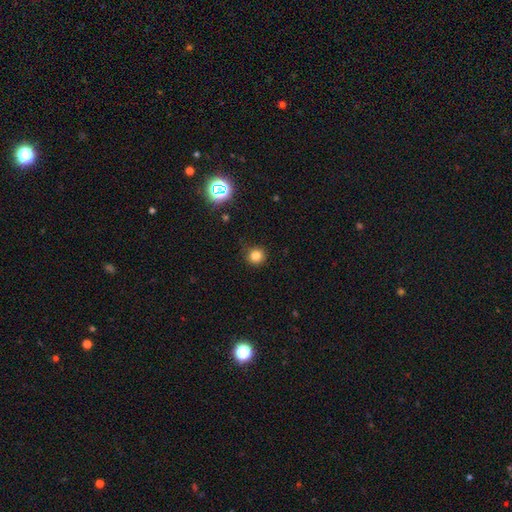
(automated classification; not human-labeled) Q: Smooth or featured?
A: smooth (81%); runner-up: star or artifact (14%)
Q: How rounded?
A: round (93%); runner-up: in between (6%)
Q: Merging?
A: none (86%); runner-up: minor disturbance (10%)